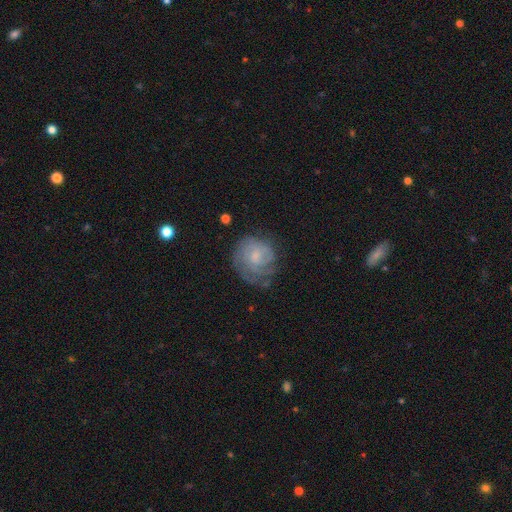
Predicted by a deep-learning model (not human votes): Smooth or featured?
  - featured or disk: 64% *
  - smooth: 28%
  - star or artifact: 8%
Edge-on disk?
  - no: 98% *
  - yes: 2%
Bar?
  - no: 64% *
  - weak: 32%
  - strong: 4%
Spiral arms?
  - yes: 85% *
  - no: 15%
Spiral winding?
  - tight: 62% *
  - medium: 28%
  - loose: 10%
Spiral arm count?
  - can't tell: 47% *
  - 2: 18%
  - 3: 15%
  - 1: 9%
  - 4: 6%
  - more than 4: 4%
Bulge size?
  - small: 44% *
  - moderate: 32%
  - none: 19%
  - large: 4%
  - dominant: 1%
Merging?
  - none: 59% *
  - minor disturbance: 23%
  - major disturbance: 15%
  - merger: 2%